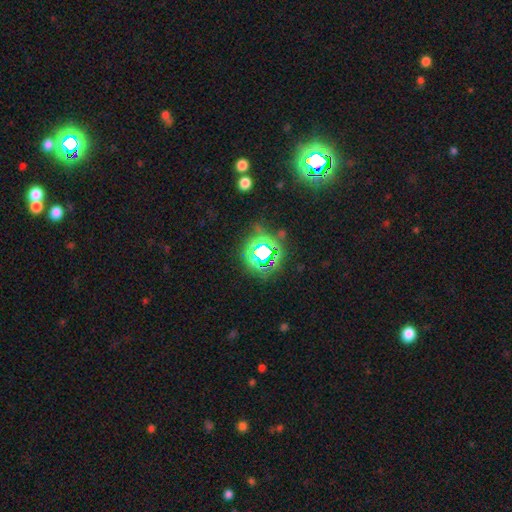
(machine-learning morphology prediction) Overall: star or artifact (76%).